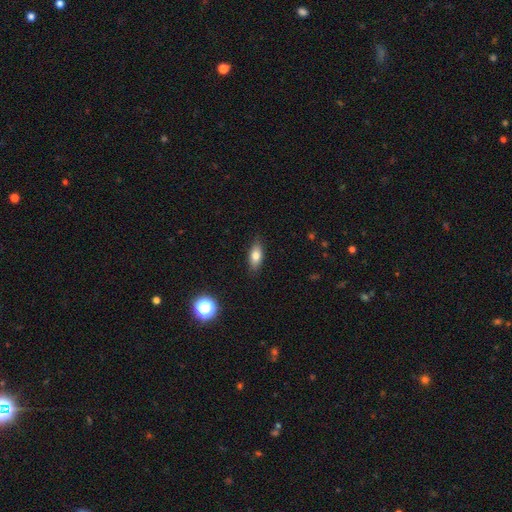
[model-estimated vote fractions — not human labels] Q: Smooth or featured?
A: smooth (77%); runner-up: featured or disk (14%)
Q: How rounded?
A: in between (79%); runner-up: cigar-shaped (16%)
Q: Merging?
A: none (86%); runner-up: minor disturbance (10%)